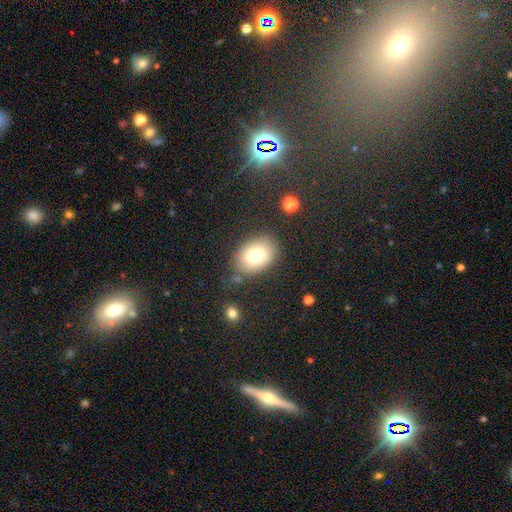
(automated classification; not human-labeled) Smooth or featured? Predicted: smooth (p=0.79). How rounded? Predicted: in between (p=0.72). Merging? Predicted: none (p=0.78).